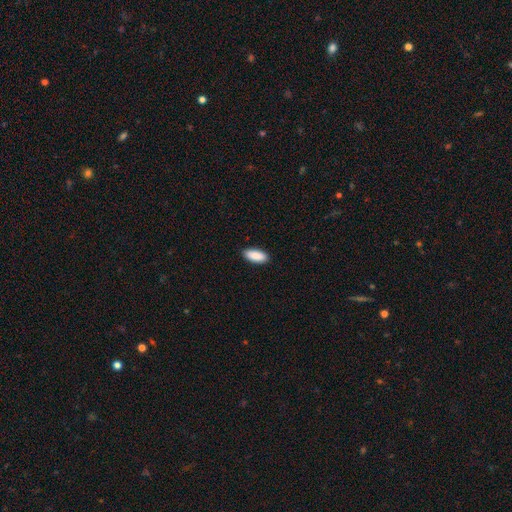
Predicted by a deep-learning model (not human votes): A smooth galaxy with no disk features (90%) that is in between round and cigar-shaped (85%). Merging: none (90%).